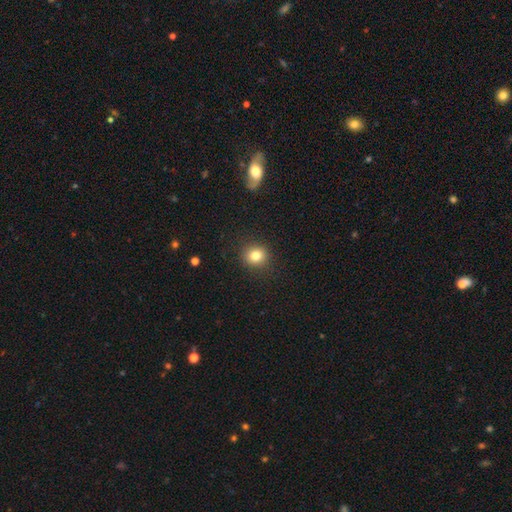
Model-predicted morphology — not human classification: Q: Smooth or featured?
A: smooth (81%); runner-up: star or artifact (12%)
Q: How rounded?
A: round (87%); runner-up: in between (12%)
Q: Merging?
A: none (90%); runner-up: minor disturbance (7%)